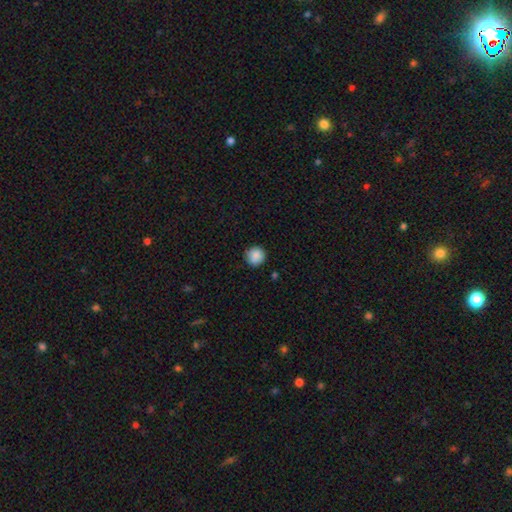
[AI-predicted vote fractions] The model was most divided on "merging": none: 88%, minor disturbance: 9%, major disturbance: 2%, merger: 1%. More confident: how rounded — round (94%); smooth or featured — smooth (88%).